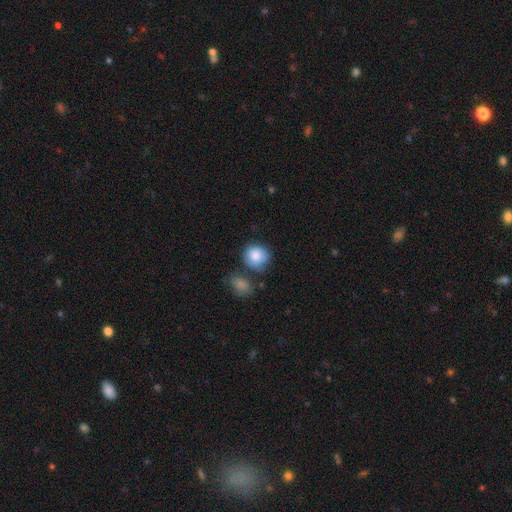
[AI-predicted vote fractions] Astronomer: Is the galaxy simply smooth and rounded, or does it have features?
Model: smooth — 85%.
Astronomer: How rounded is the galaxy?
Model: round — 78%.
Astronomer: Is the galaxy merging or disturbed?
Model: none — 57%.